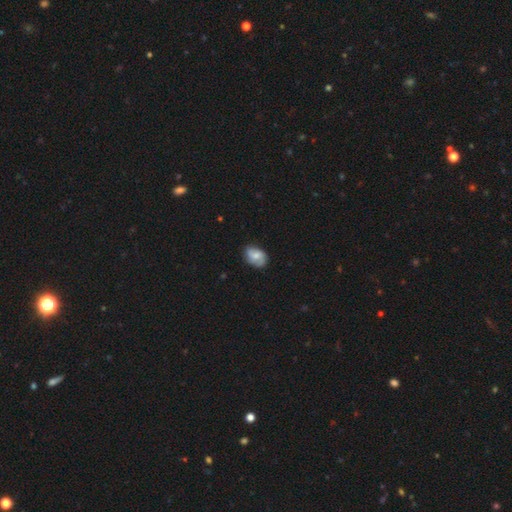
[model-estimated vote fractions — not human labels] This is possibly a smooth galaxy (52%). How rounded: likely in between (78%). Merging: likely none (72%).